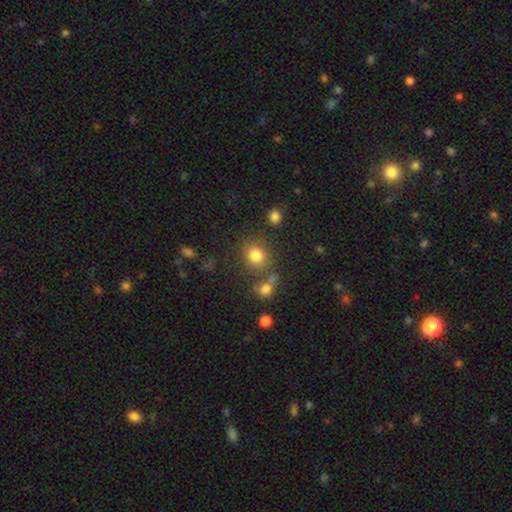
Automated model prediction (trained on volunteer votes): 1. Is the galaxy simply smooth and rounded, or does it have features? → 80% smooth, 13% star or artifact, 7% featured or disk.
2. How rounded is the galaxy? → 77% round, 22% in between, 1% cigar-shaped.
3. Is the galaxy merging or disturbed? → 70% none, 12% merger, 12% minor disturbance, 6% major disturbance.